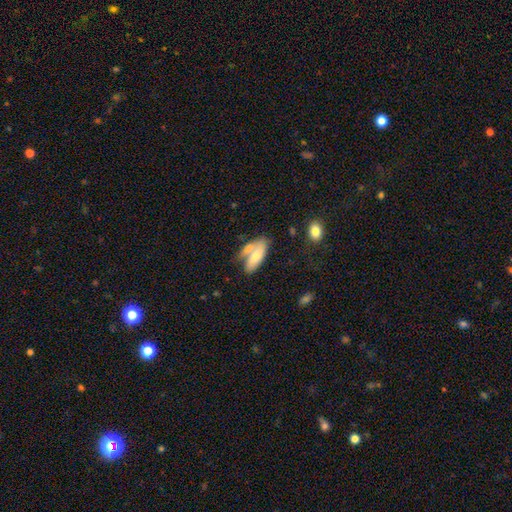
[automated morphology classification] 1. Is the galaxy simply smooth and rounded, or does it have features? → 67% smooth, 27% featured or disk, 6% star or artifact.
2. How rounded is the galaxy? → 76% in between, 21% cigar-shaped, 3% round.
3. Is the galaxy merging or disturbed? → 41% merger, 36% none, 15% minor disturbance, 7% major disturbance.